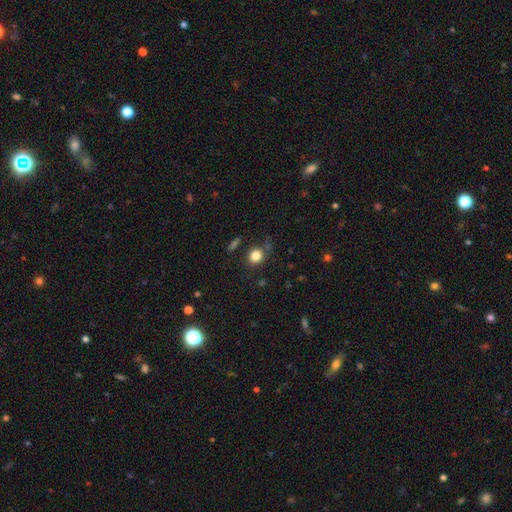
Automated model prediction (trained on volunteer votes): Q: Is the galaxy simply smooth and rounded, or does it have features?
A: smooth — 82%.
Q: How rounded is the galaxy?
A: round — 79%.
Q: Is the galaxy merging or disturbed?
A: none — 79%.